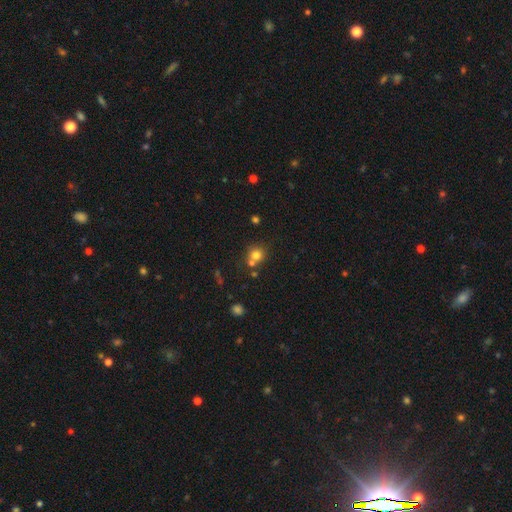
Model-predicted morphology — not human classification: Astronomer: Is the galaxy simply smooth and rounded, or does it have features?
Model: smooth — 76%.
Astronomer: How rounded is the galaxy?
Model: round — 87%.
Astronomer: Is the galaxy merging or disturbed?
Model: none — 57%.